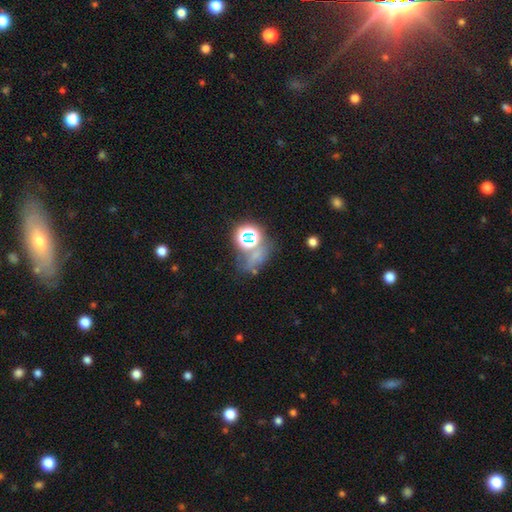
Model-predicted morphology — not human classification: Smooth or featured? Predicted: star or artifact (p=0.53).